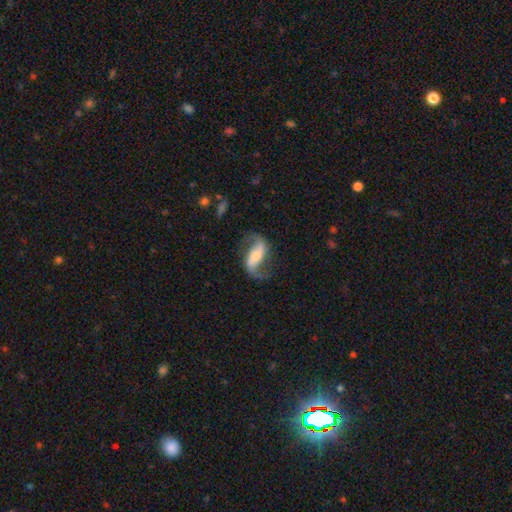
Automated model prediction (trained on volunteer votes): A featured or disk galaxy (84%) with a strong bar (46%), 2 (92%) loose (72%) spiral arms (95%) and a small central bulge (42%).

Vote fractions:
- Smooth or featured? featured or disk: 84% / smooth: 11% / star or artifact: 5%
- Edge-on disk? no: 95% / yes: 5%
- Bar? strong: 46% / weak: 30% / no: 24%
- Spiral arms? yes: 95% / no: 5%
- Spiral winding? loose: 72% / medium: 22% / tight: 6%
- Spiral arm count? 2: 92% / 1: 3% / can't tell: 2% / 3: 1% / 4: 1% / more than 4: 1%
- Bulge size? small: 42% / moderate: 39% / large: 10% / none: 7% / dominant: 2%
- Merging? none: 72% / minor disturbance: 15% / major disturbance: 11% / merger: 2%